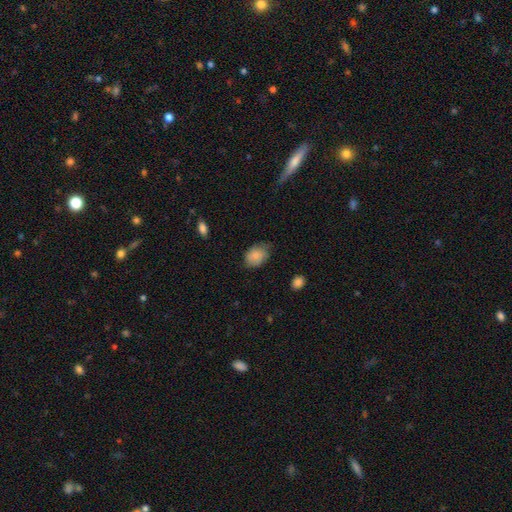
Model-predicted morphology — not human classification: type=smooth (84%); roundness=in between (75%); merging=none (59%).